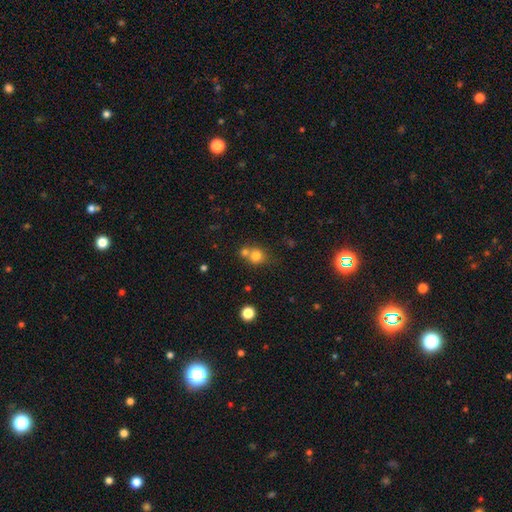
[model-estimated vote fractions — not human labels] Smooth or featured? Predicted: smooth (p=0.77). How rounded? Predicted: round (p=0.81). Merging? Predicted: none (p=0.47).